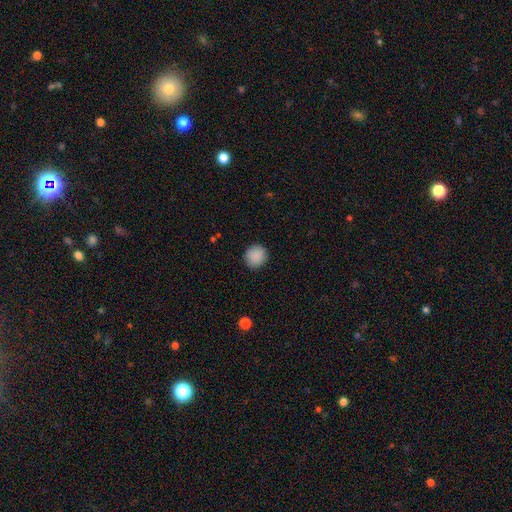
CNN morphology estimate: type=smooth (89%); roundness=round (88%); merging=none (89%).